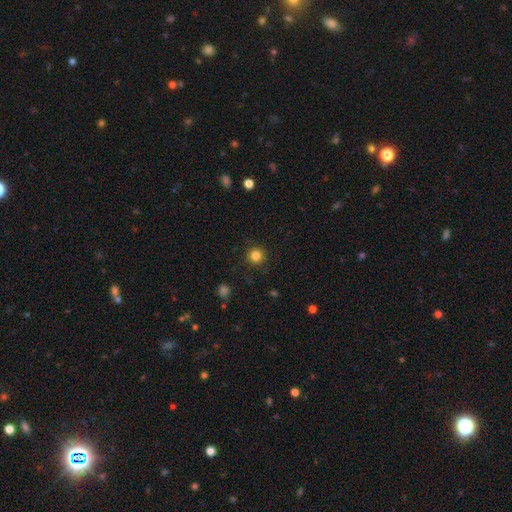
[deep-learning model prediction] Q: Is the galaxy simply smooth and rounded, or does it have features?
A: smooth — 83%.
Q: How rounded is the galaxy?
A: round — 95%.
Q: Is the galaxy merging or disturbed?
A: none — 90%.